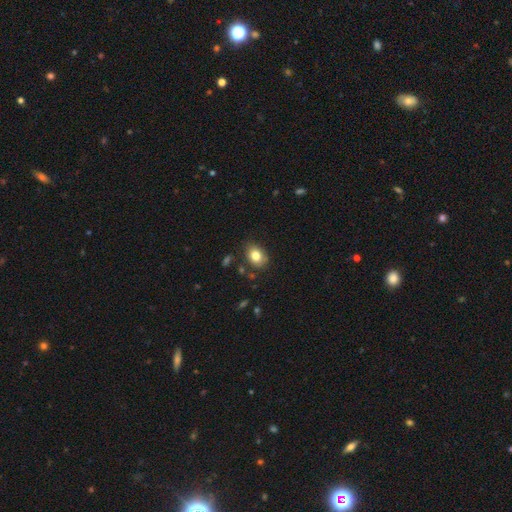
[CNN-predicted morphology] Smooth or featured? smooth (81%)
How rounded? in between (67%)
Merging? none (80%)